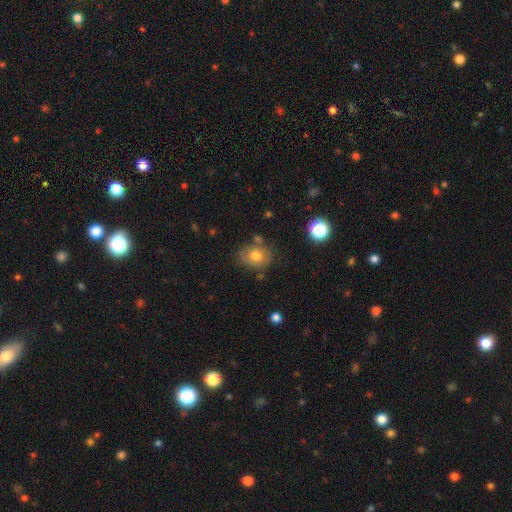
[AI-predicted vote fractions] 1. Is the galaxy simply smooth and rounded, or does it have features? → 73% smooth, 16% featured or disk, 10% star or artifact.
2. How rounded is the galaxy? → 56% in between, 43% round, 1% cigar-shaped.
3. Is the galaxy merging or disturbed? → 70% none, 18% minor disturbance, 7% merger, 5% major disturbance.